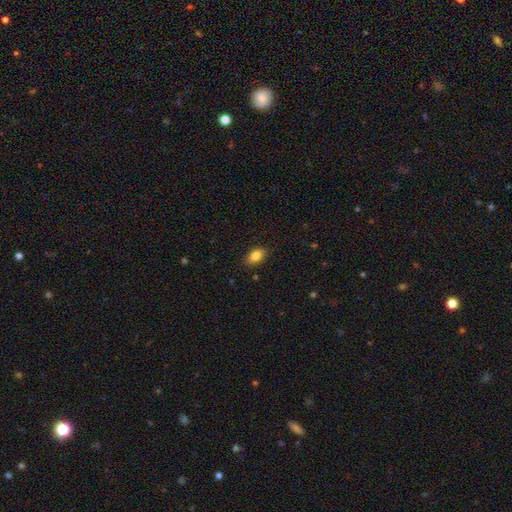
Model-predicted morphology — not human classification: The model was most divided on "smooth or featured": smooth: 83%, featured or disk: 9%, star or artifact: 8%. More confident: how rounded — in between (88%); merging — none (86%).